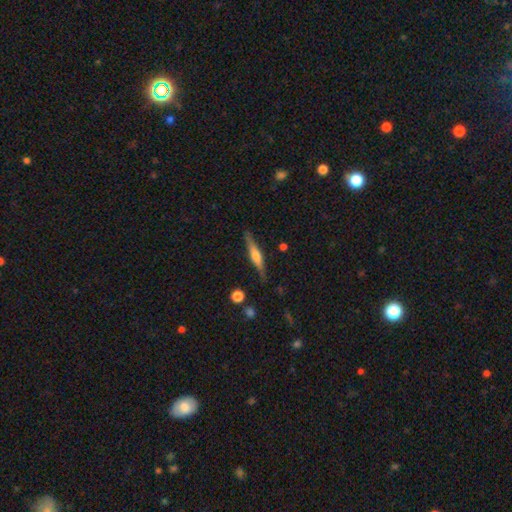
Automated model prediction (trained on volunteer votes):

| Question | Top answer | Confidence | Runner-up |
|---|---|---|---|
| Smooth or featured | featured or disk | 63% | smooth (31%) |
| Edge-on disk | yes | 97% | no (3%) |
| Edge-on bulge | rounded | 74% | boxy (18%) |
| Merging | none | 85% | minor disturbance (11%) |